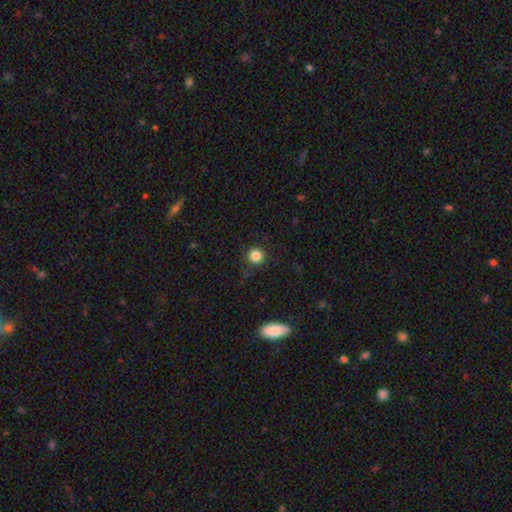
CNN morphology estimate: Smooth or featured? Predicted: smooth (p=0.85). How rounded? Predicted: round (p=0.95). Merging? Predicted: none (p=0.90).